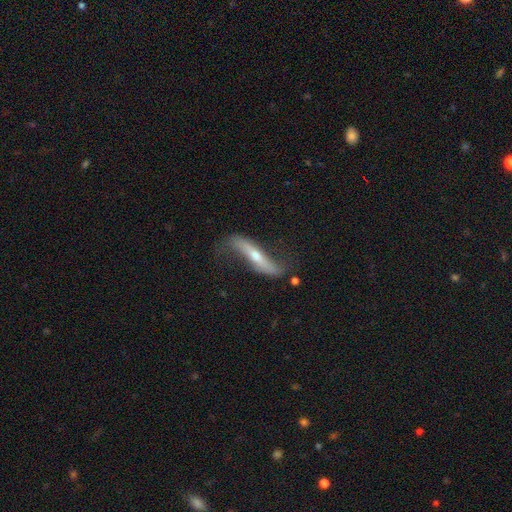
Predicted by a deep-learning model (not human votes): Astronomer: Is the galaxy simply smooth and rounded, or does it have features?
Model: featured or disk — 76%.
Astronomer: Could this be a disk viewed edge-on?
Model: yes — 50%, tied with no at 50%.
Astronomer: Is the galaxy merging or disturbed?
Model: none — 61%.